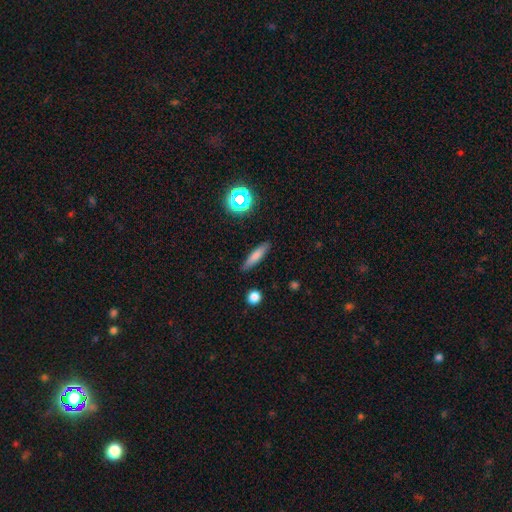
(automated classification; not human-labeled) Smooth or featured? Predicted: smooth (p=0.71). How rounded? Predicted: cigar-shaped (p=0.79). Merging? Predicted: none (p=0.87).